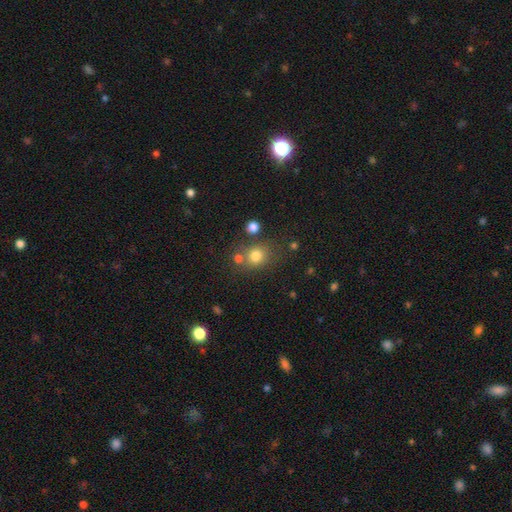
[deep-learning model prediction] Smooth or featured?
  - smooth: 76% *
  - star or artifact: 15%
  - featured or disk: 8%
How rounded?
  - round: 73% *
  - in between: 26%
  - cigar-shaped: 1%
Merging?
  - none: 67% *
  - merger: 15%
  - minor disturbance: 12%
  - major disturbance: 5%